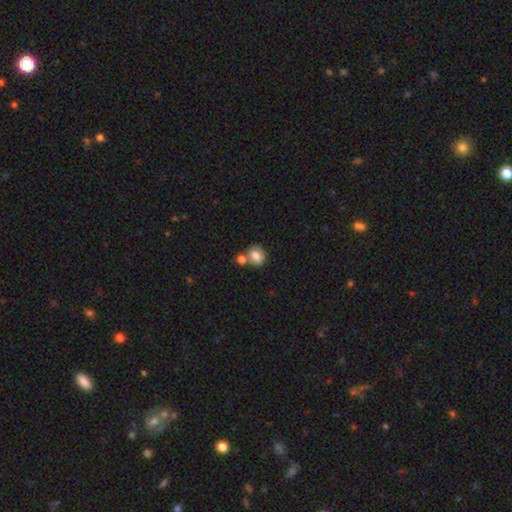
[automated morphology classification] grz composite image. It shows a smooth galaxy with no disk features (80%) that is round (57%). Merging: none (52%).